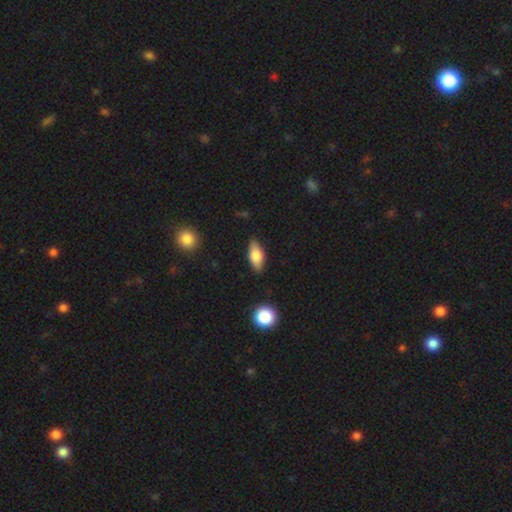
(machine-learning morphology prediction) This is likely a smooth galaxy (70%). How rounded: clearly in between (83%). Merging: clearly none (83%).